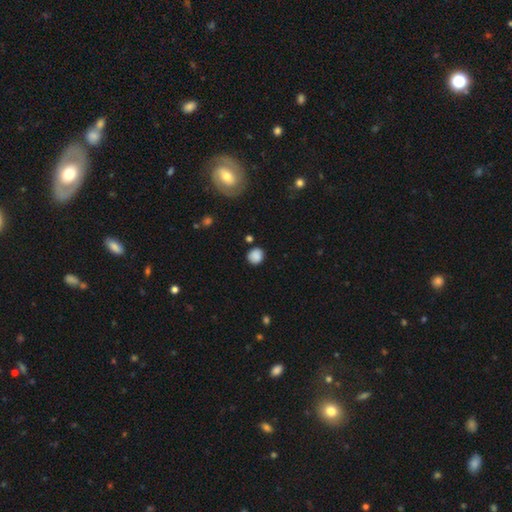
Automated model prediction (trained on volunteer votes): A smooth galaxy with no disk features (86%) that is round (80%).

Vote fractions:
- Smooth or featured? smooth: 86% / star or artifact: 10% / featured or disk: 4%
- How rounded? round: 80% / in between: 19% / cigar-shaped: 1%
- Merging? none: 84% / minor disturbance: 11% / major disturbance: 3% / merger: 3%